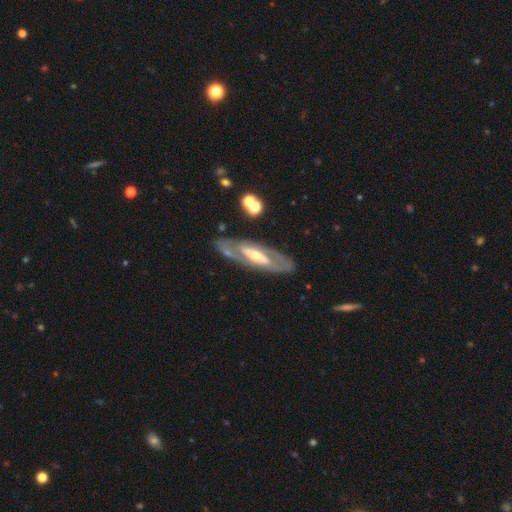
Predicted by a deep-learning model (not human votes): This is likely a featured or disk galaxy (79%). It is clearly not viewed edge-on (81%). Bar: marginally no (37%). Spiral arm pattern: possibly yes (59%). Central bulge: possibly moderate (53%). Merging: likely none (79%).